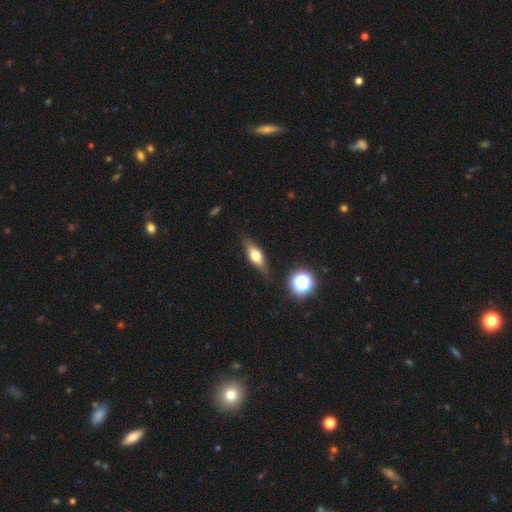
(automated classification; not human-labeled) Smooth or featured? smooth (55%)
How rounded? in between (59%)
Merging? none (80%)